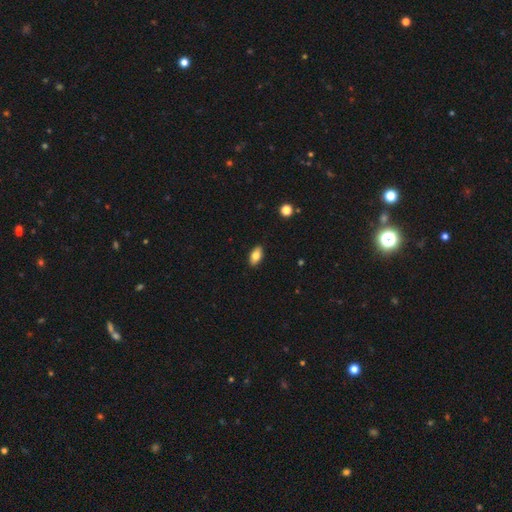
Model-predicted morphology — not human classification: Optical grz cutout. It shows a smooth galaxy with no disk features (79%) that is in between round and cigar-shaped (91%). Merging: none (89%).